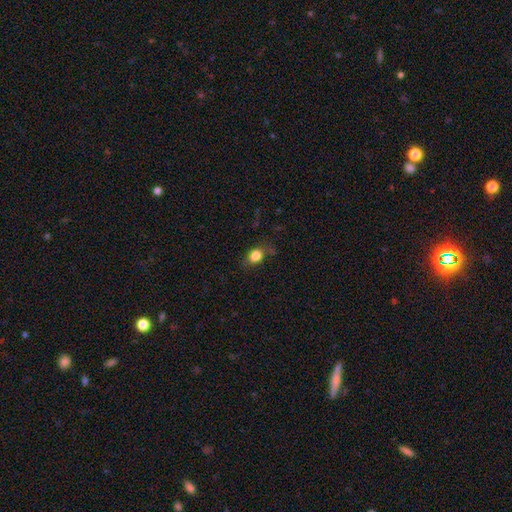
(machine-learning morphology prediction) Smooth or featured: smooth — 82% (star or artifact — 10%)
How rounded: in between — 50% (round — 48%)
Merging: none — 67% (minor disturbance — 23%)